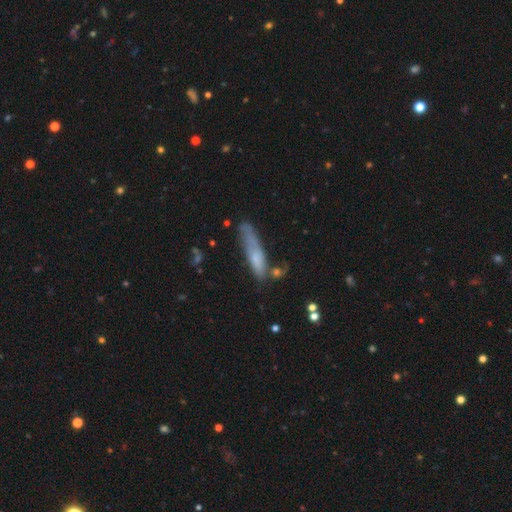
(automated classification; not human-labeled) A smooth galaxy with no disk features (61%) that is cigar-shaped (81%).

Vote fractions:
- Smooth or featured? smooth: 61% / featured or disk: 29% / star or artifact: 10%
- How rounded? cigar-shaped: 81% / in between: 17% / round: 2%
- Merging? none: 50% / minor disturbance: 27% / major disturbance: 13% / merger: 10%